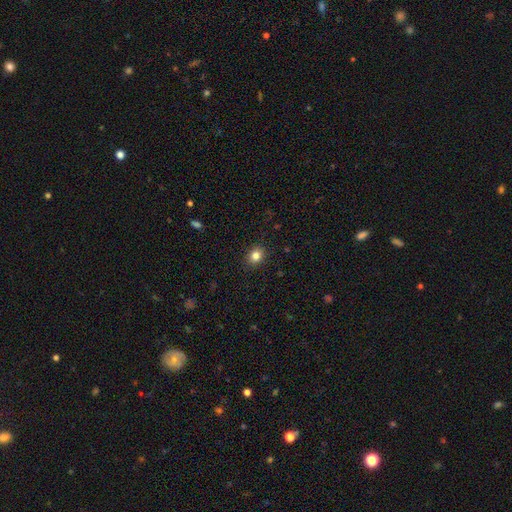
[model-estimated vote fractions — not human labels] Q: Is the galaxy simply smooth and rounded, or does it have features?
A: smooth — 83%.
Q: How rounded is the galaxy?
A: round — 61%.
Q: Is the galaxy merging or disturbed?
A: none — 90%.